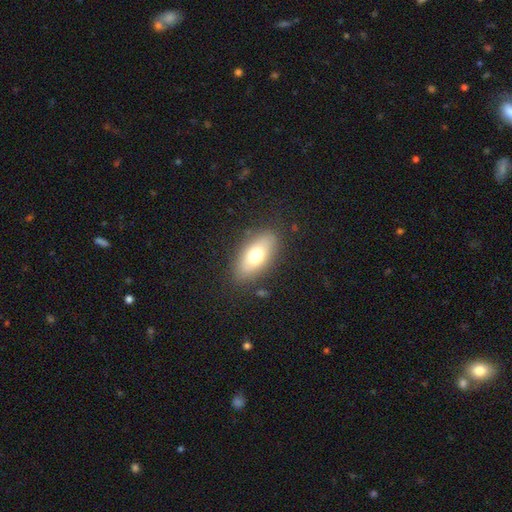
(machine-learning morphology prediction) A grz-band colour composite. It shows a smooth galaxy with no disk features (70%) that is in between round and cigar-shaped (86%). Merging: none (83%).